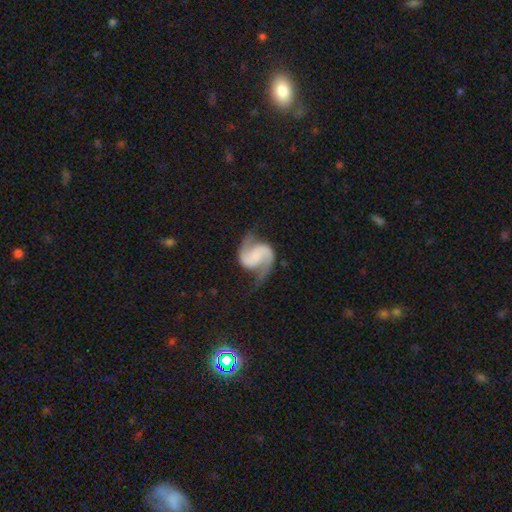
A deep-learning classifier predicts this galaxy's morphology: Smooth or featured?
  - featured or disk: 90% *
  - smooth: 6%
  - star or artifact: 5%
Edge-on disk?
  - no: 98% *
  - yes: 2%
Bar?
  - no: 52% *
  - weak: 31%
  - strong: 17%
Spiral arms?
  - yes: 98% *
  - no: 2%
Spiral winding?
  - medium: 46% *
  - loose: 41%
  - tight: 13%
Spiral arm count?
  - 2: 94% *
  - 1: 2%
  - can't tell: 1%
  - 3: 1%
  - 4: 1%
  - more than 4: 1%
Bulge size?
  - none: 57% *
  - small: 20%
  - moderate: 12%
  - large: 8%
  - dominant: 3%
Merging?
  - none: 75% *
  - minor disturbance: 15%
  - major disturbance: 8%
  - merger: 2%